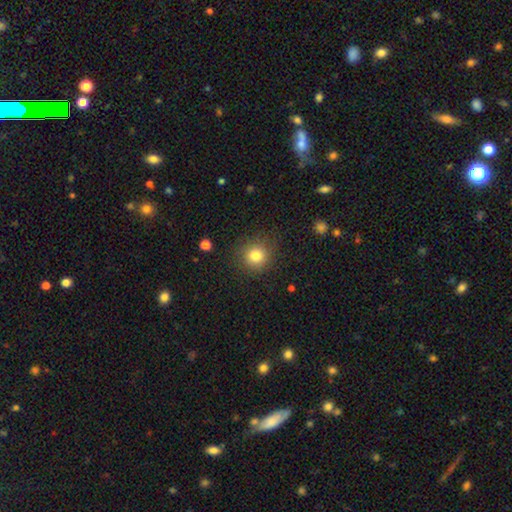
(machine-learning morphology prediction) Smooth or featured? Predicted: smooth (p=0.81). How rounded? Predicted: round (p=0.91). Merging? Predicted: none (p=0.86).